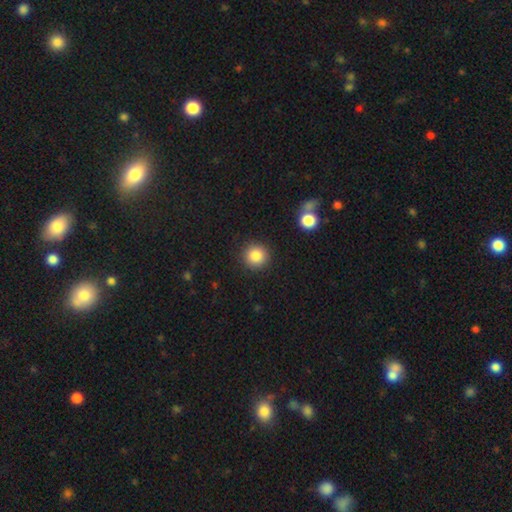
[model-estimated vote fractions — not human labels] smooth_or_featured: smooth (p=0.85) [alt: star or artifact p=0.10]
how_rounded: round (p=0.94) [alt: in between p=0.05]
merging: none (p=0.90) [alt: minor disturbance p=0.06]